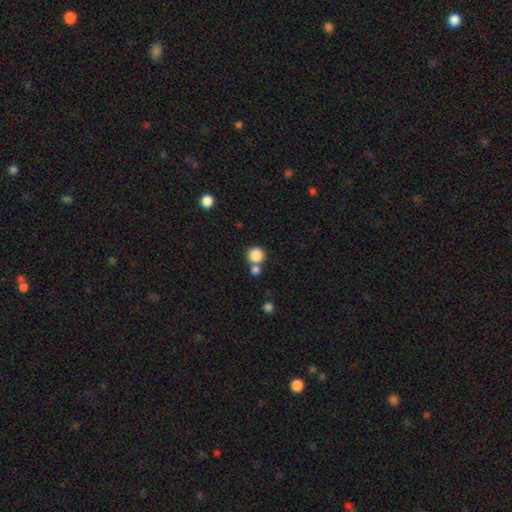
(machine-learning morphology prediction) A smooth galaxy with no disk features (85%) that is round (92%).

Vote fractions:
- Smooth or featured? smooth: 85% / star or artifact: 10% / featured or disk: 5%
- How rounded? round: 92% / in between: 7% / cigar-shaped: 1%
- Merging? none: 59% / merger: 30% / minor disturbance: 8% / major disturbance: 3%